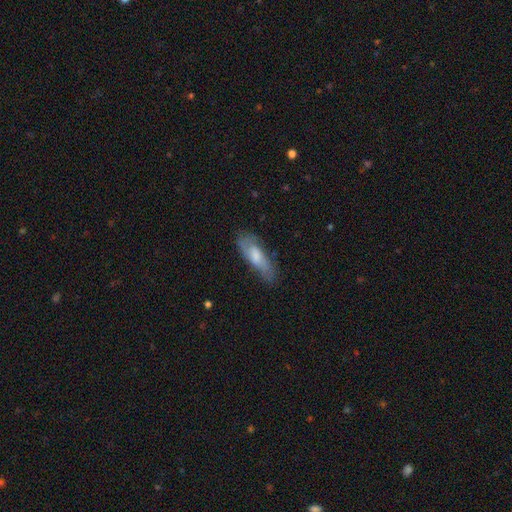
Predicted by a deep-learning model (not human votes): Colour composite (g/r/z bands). It shows a smooth galaxy with no disk features (58%) that is in between round and cigar-shaped (50%). Merging: none (66%).